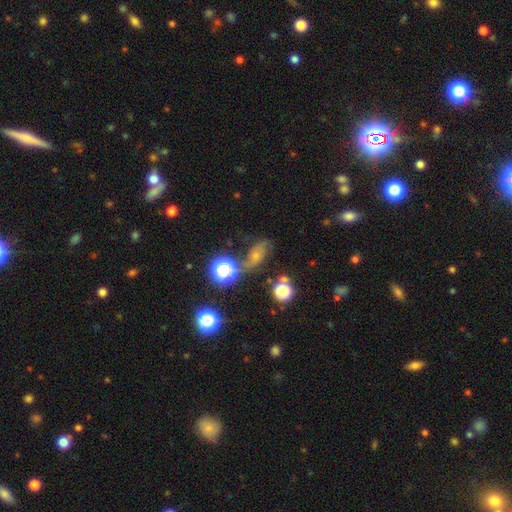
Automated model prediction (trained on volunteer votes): Overall: featured or disk (42%; smooth 34%). Merging: none (46%; minor disturbance 23%).